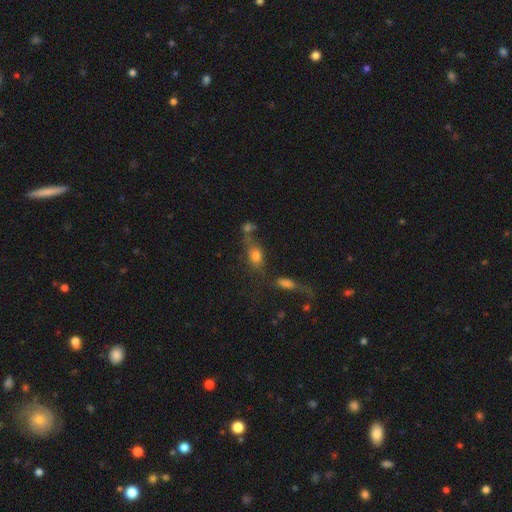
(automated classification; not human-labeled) Overall: smooth (69%). How rounded: in between (73%). Merging: none (40%; merger 30%).